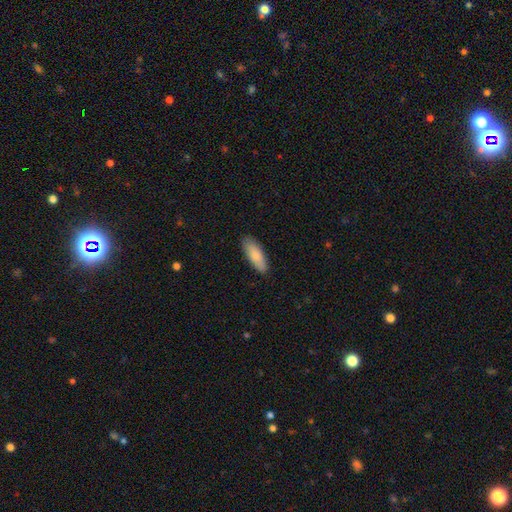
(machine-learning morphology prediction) type=smooth (83%); roundness=in between (68%); merging=none (86%).